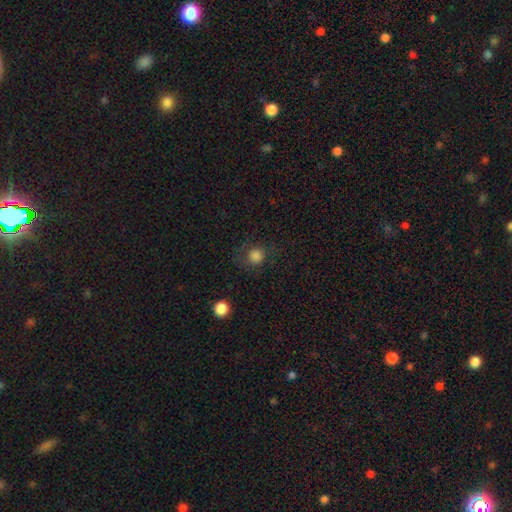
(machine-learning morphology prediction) Q: Smooth or featured?
A: smooth (82%); runner-up: star or artifact (12%)
Q: How rounded?
A: round (88%); runner-up: in between (11%)
Q: Merging?
A: none (72%); runner-up: minor disturbance (15%)